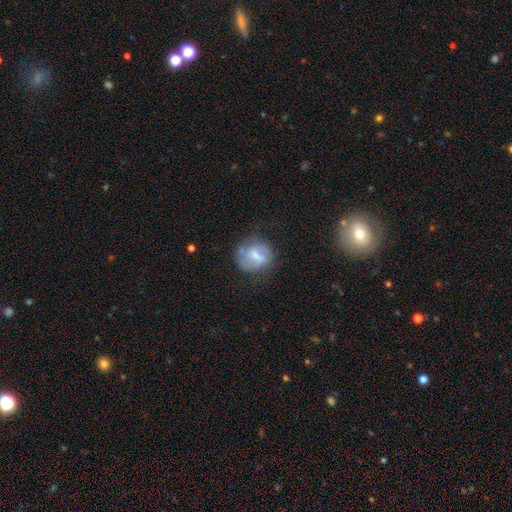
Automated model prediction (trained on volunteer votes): Morphology: type=smooth (47%); merging=none (56%).